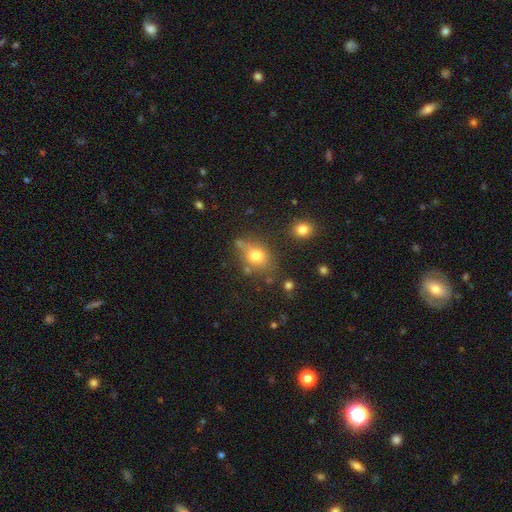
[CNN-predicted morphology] This is likely a smooth galaxy (73%). How rounded: possibly round (51%). Merging: possibly none (59%).